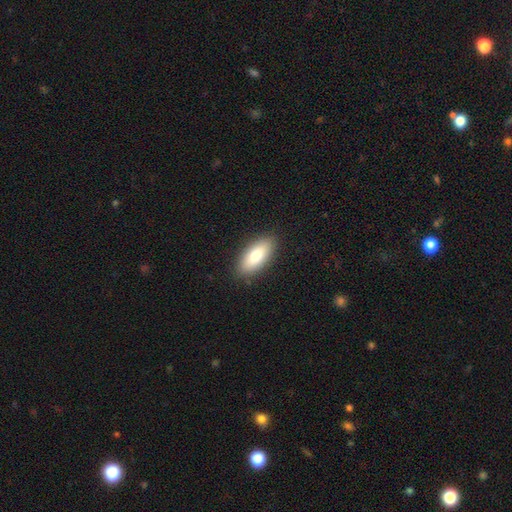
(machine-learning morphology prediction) Q: Smooth or featured?
A: smooth (81%); runner-up: featured or disk (13%)
Q: How rounded?
A: in between (84%); runner-up: cigar-shaped (13%)
Q: Merging?
A: none (88%); runner-up: minor disturbance (9%)